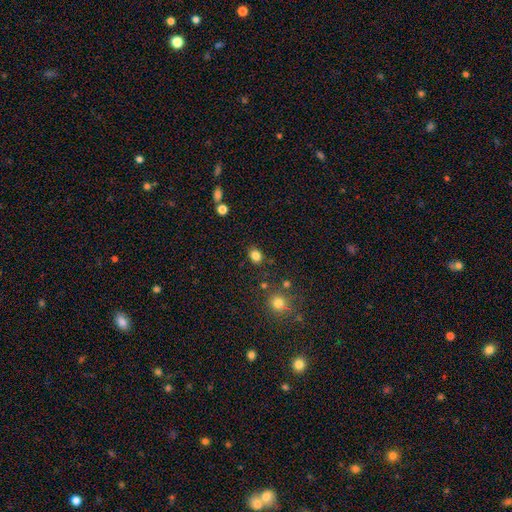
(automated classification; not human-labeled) The model was most divided on "how rounded": in between: 53%, round: 46%, cigar-shaped: 1%. More confident: smooth or featured — smooth (83%); merging — none (82%).